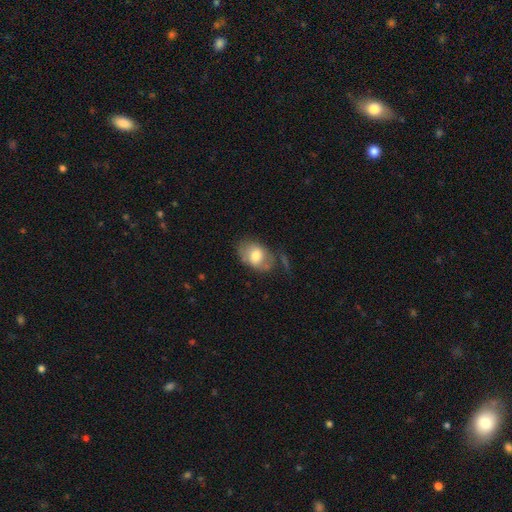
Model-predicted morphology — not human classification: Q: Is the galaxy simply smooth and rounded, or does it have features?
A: smooth — 68%.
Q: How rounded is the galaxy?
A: in between — 81%.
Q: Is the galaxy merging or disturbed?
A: none — 54%.